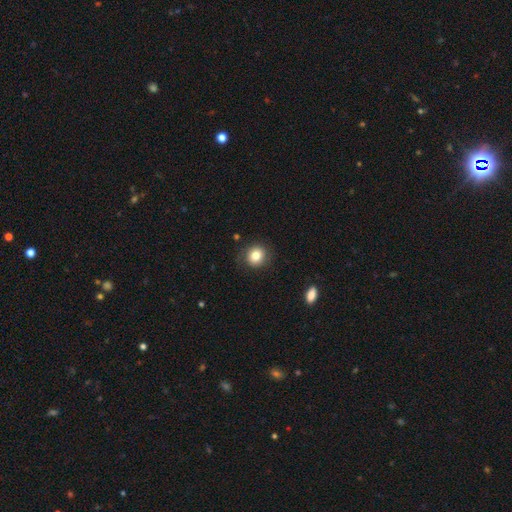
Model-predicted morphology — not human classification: smooth_or_featured: smooth (p=0.81) [alt: star or artifact p=0.10]
how_rounded: round (p=0.84) [alt: in between p=0.15]
merging: none (p=0.85) [alt: minor disturbance p=0.11]